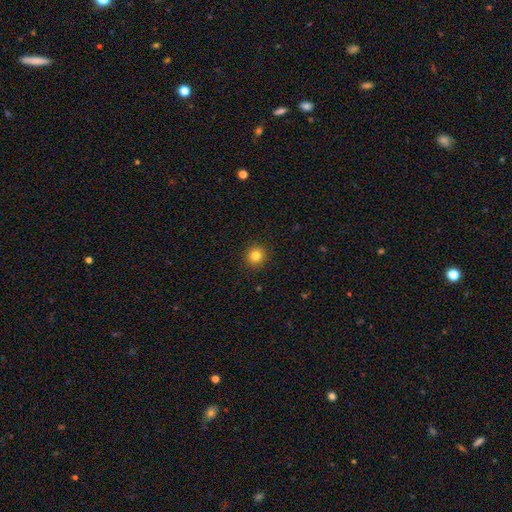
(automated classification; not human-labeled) This appears to be a smooth galaxy with no disk features (82%) that is round (93%). Merging: none (92%).